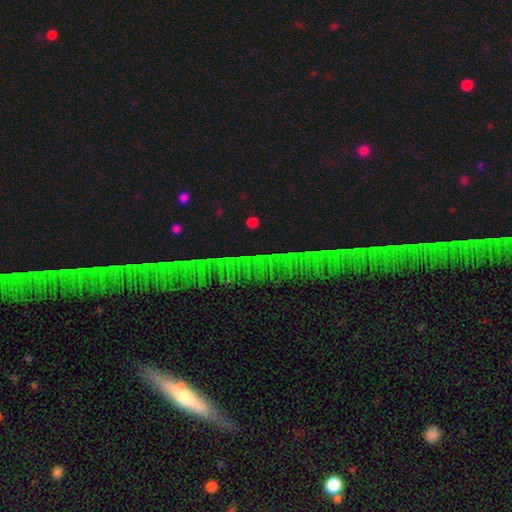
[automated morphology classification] Smooth or featured?
  - star or artifact: 76% *
  - featured or disk: 13%
  - smooth: 11%